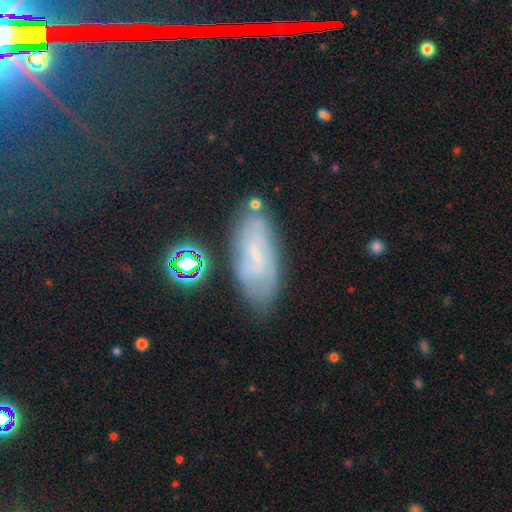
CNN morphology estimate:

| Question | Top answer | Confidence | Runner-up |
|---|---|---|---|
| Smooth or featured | featured or disk | 61% | smooth (26%) |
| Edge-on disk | no | 89% | yes (11%) |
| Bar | weak | 50% | no (35%) |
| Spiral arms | yes | 85% | no (15%) |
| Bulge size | small | 74% | none (12%) |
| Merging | none | 73% | minor disturbance (18%) |